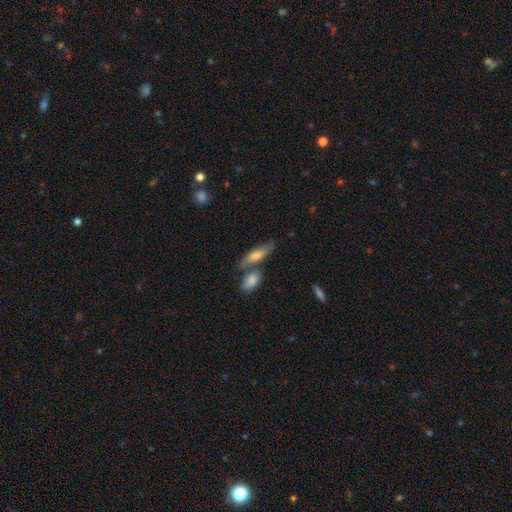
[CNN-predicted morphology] type=smooth (59%); roundness=cigar-shaped (56%); merging=none (56%).